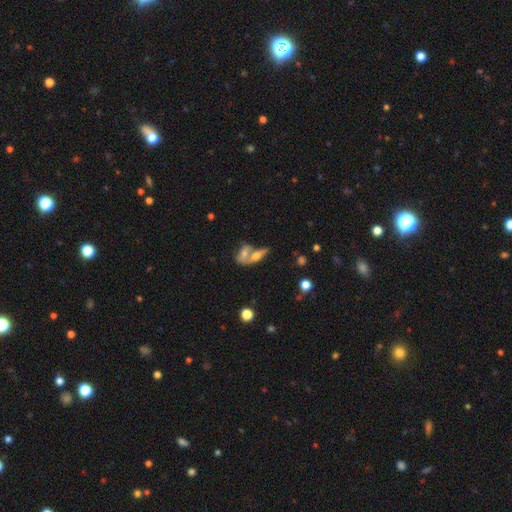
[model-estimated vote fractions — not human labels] The model was most divided on "smooth or featured": smooth: 47%, featured or disk: 43%, star or artifact: 10%. More confident: merging — merger (58%).